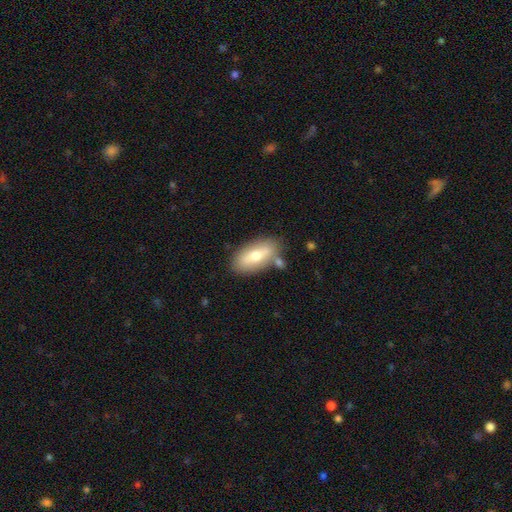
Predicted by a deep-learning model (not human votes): This appears to be a smooth galaxy with no disk features (64%) that is in between round and cigar-shaped (83%). Merging: none (75%).